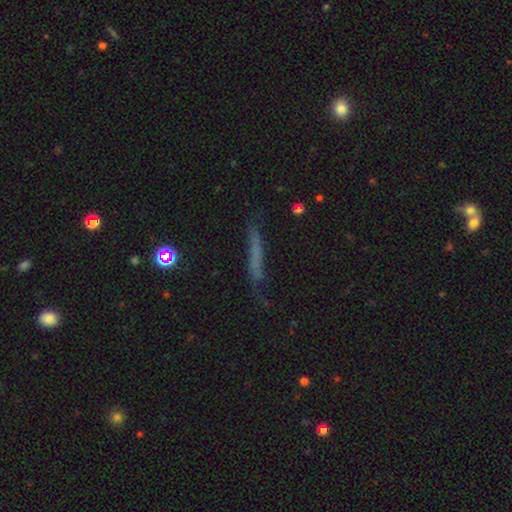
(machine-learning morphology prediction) This is possibly a smooth galaxy (53%). How rounded: clearly cigar-shaped (92%). Merging: likely none (68%).